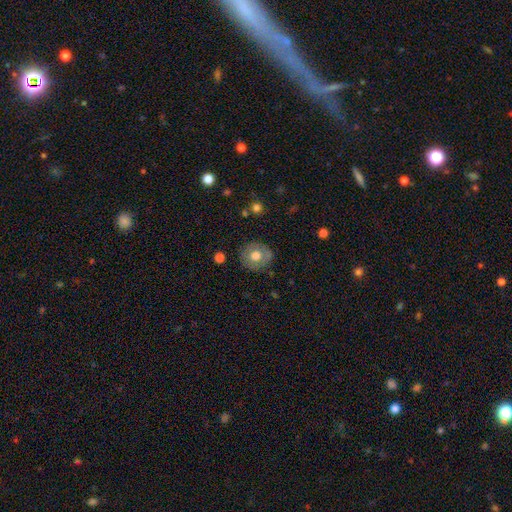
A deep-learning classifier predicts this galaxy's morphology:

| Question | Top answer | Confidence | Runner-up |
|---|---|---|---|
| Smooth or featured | smooth | 64% | featured or disk (29%) |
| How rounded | round | 85% | in between (14%) |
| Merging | none | 83% | minor disturbance (12%) |